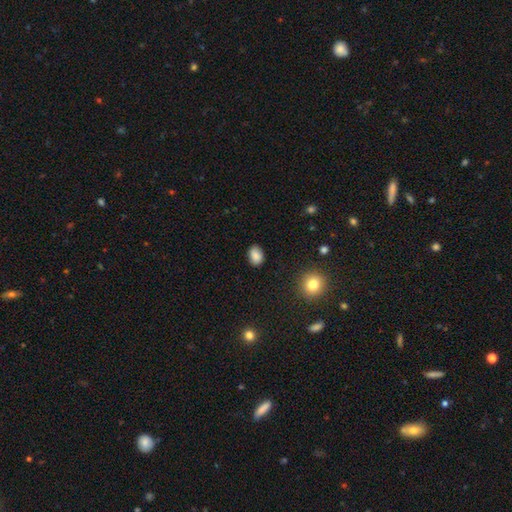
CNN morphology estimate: Smooth or featured? smooth (86%)
How rounded? in between (74%)
Merging? none (85%)